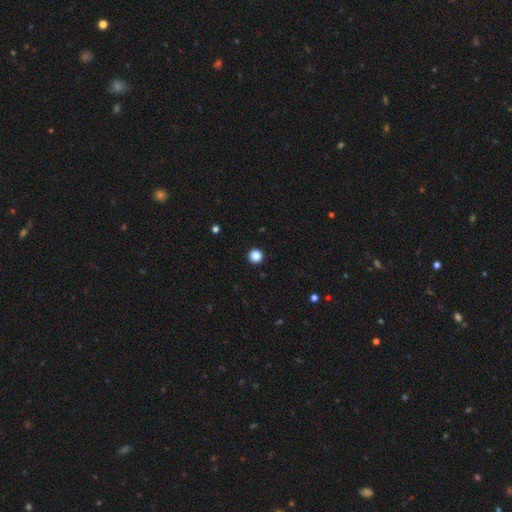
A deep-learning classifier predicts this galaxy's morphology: Q: Smooth or featured?
A: smooth (86%); runner-up: star or artifact (11%)
Q: How rounded?
A: round (96%); runner-up: in between (3%)
Q: Merging?
A: none (94%); runner-up: minor disturbance (4%)